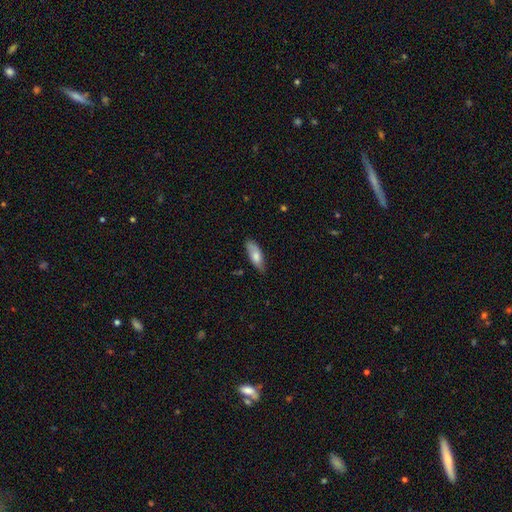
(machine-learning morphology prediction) Q: Smooth or featured?
A: smooth (73%); runner-up: featured or disk (21%)
Q: How rounded?
A: in between (74%); runner-up: cigar-shaped (24%)
Q: Merging?
A: none (70%); runner-up: minor disturbance (25%)